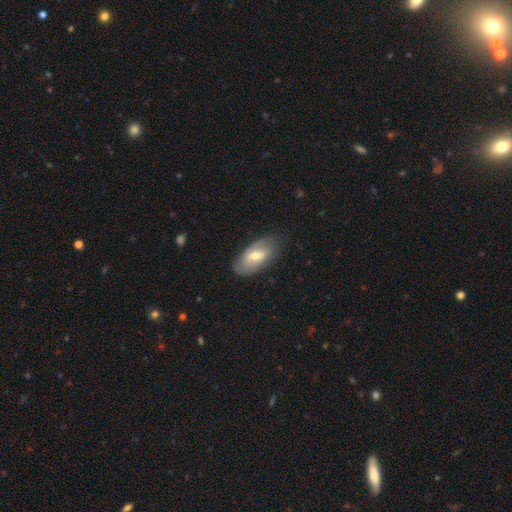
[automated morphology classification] A smooth galaxy with no disk features (49%). Merging: none (77%).